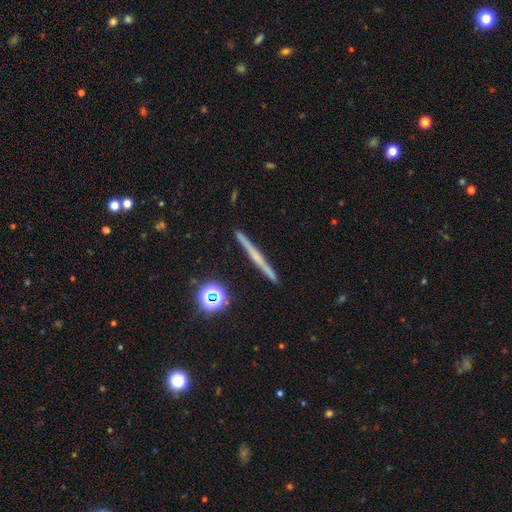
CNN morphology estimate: Overall: featured or disk (59%; smooth 31%). Edge-on disk: yes (98%). Edge-on bulge: none (71%). Merging: none (92%).